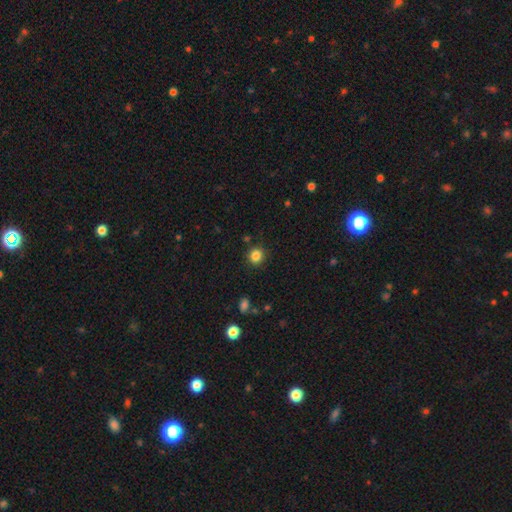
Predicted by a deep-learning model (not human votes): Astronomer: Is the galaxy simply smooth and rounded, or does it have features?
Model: smooth — 84%.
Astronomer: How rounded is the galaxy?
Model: round — 90%.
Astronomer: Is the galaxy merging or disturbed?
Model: none — 88%.